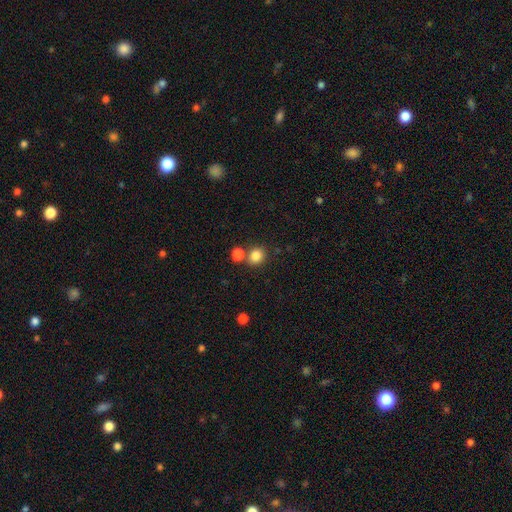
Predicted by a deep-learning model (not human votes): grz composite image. It shows a smooth galaxy with no disk features (83%) that is round (76%). Merging: none (65%).